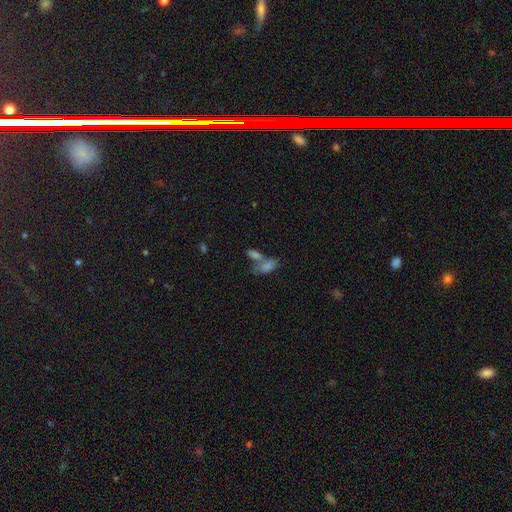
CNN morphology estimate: Smooth or featured: smooth — 67% (featured or disk — 17%)
How rounded: in between — 80% (cigar-shaped — 13%)
Merging: merger — 56% (none — 30%)